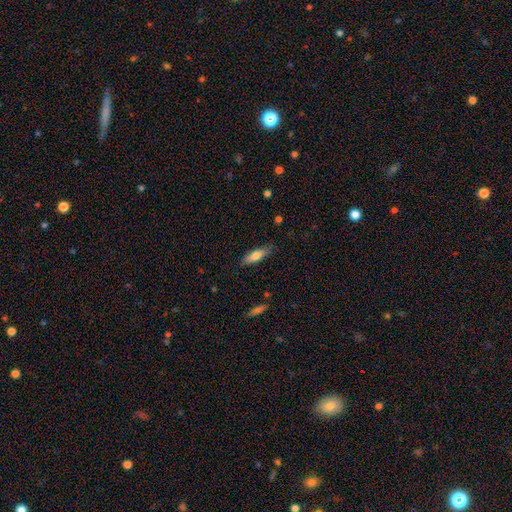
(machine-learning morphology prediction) This appears to be a smooth galaxy with no disk features (69%) that is cigar-shaped (58%). Merging: none (83%).